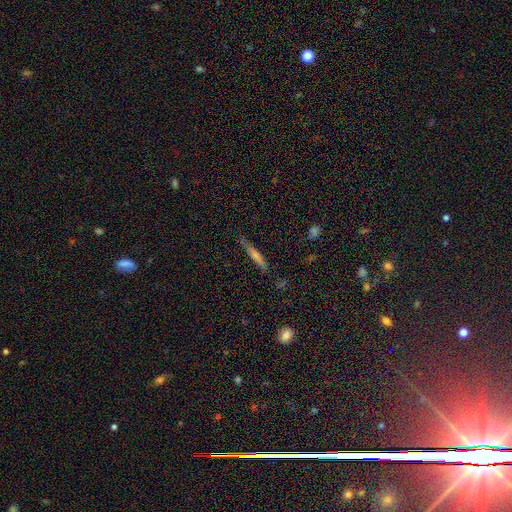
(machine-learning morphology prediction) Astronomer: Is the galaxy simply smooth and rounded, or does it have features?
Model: featured or disk — 46% (runner-up: smooth, 43%).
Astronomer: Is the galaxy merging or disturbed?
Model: none — 83%.